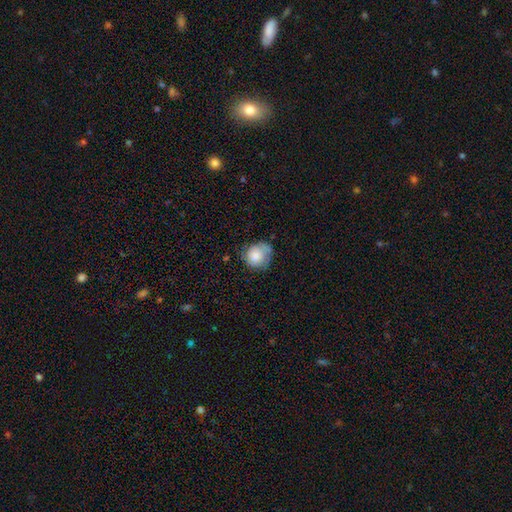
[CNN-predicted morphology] A smooth galaxy with no disk features (78%) that is round (78%).

Vote fractions:
- Smooth or featured? smooth: 78% / featured or disk: 14% / star or artifact: 8%
- How rounded? round: 78% / in between: 21% / cigar-shaped: 1%
- Merging? none: 54% / minor disturbance: 32% / major disturbance: 10% / merger: 3%